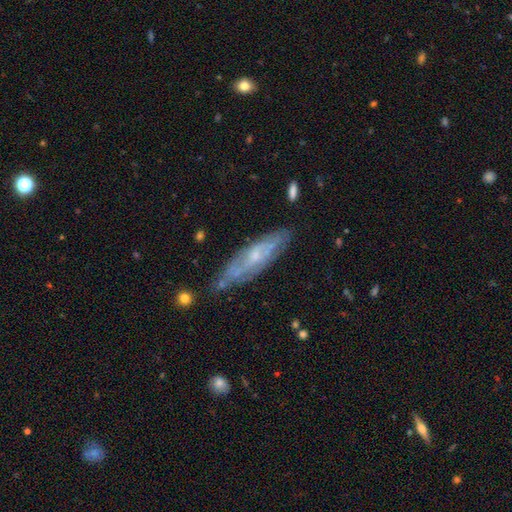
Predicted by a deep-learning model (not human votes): A featured or disk galaxy (69%). Merging: none (71%).